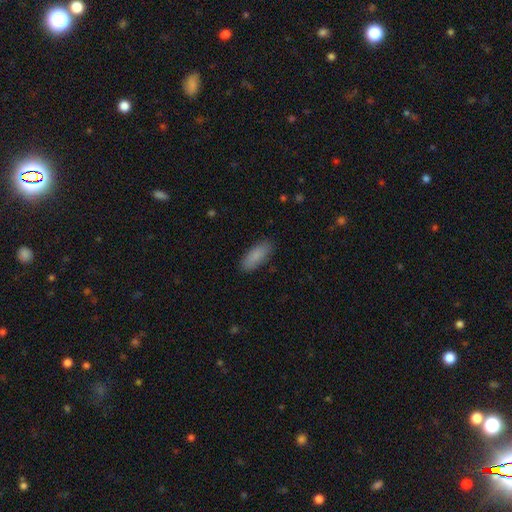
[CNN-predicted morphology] This appears to be a smooth galaxy with no disk features (87%) that is in between round and cigar-shaped (73%). Merging: none (87%).